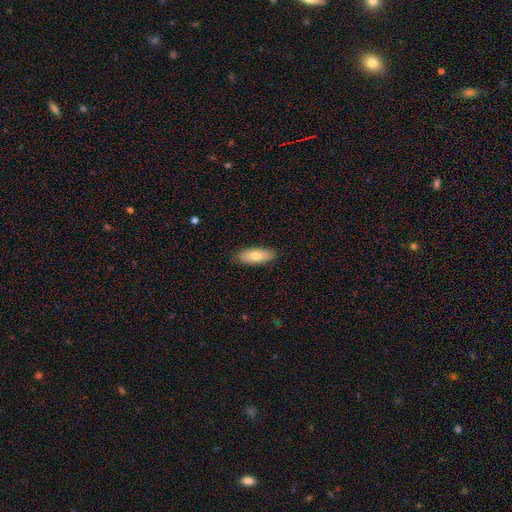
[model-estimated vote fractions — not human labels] Smooth or featured? Predicted: smooth (p=0.77). How rounded? Predicted: in between (p=0.70). Merging? Predicted: none (p=0.86).